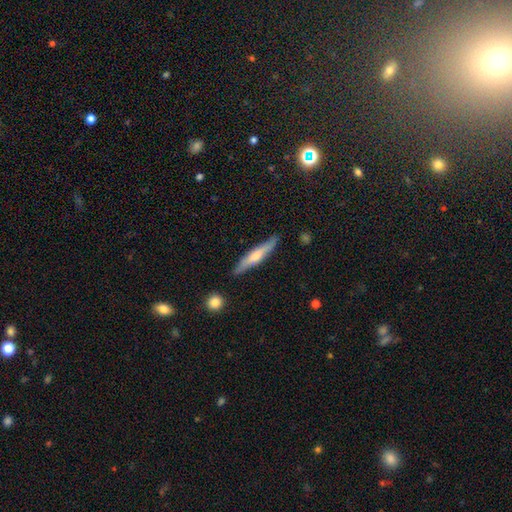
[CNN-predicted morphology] The model was most divided on "smooth or featured": featured or disk: 55%, smooth: 39%, star or artifact: 6%. More confident: edge-on disk — yes (93%); merging — none (87%); edge-on bulge — rounded (78%).